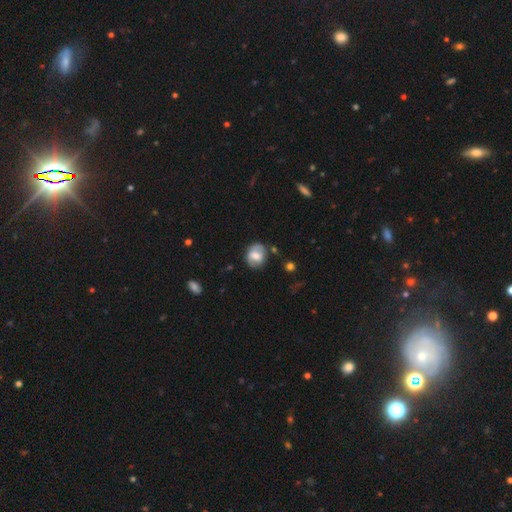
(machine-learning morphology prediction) Smooth or featured? Predicted: smooth (p=0.56). How rounded? Predicted: round (p=0.58). Merging? Predicted: none (p=0.69).